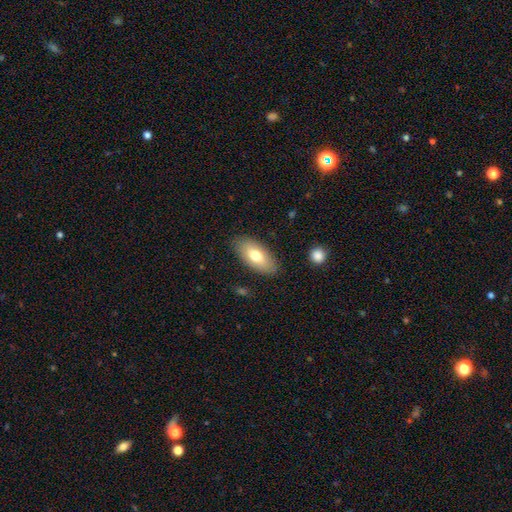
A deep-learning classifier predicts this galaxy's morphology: This is likely a smooth galaxy (74%). How rounded: clearly in between (90%). Merging: clearly none (85%).